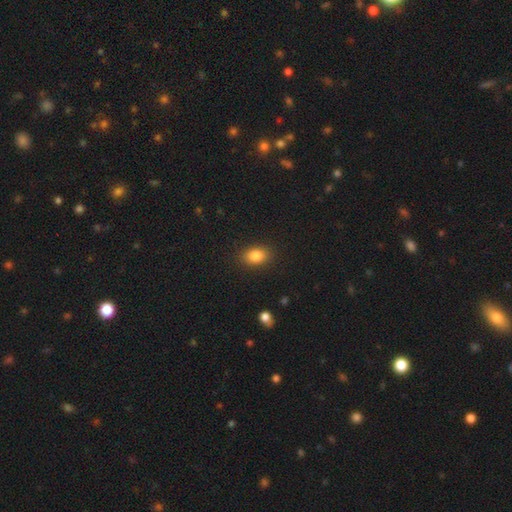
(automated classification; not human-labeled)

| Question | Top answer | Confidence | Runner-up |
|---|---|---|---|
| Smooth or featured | smooth | 85% | star or artifact (9%) |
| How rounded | in between | 78% | round (20%) |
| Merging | none | 87% | minor disturbance (9%) |